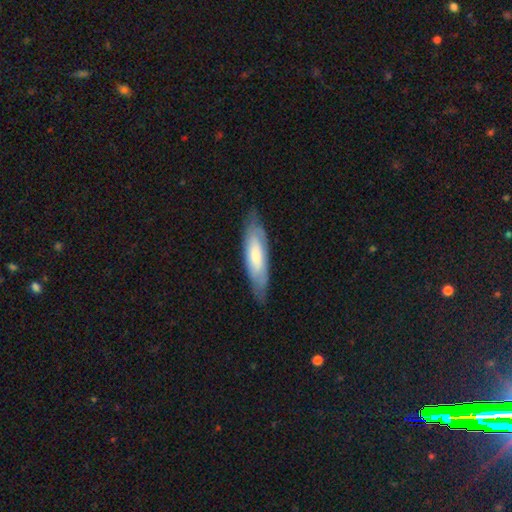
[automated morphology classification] Overall: smooth (52%; featured or disk 42%). How rounded: cigar-shaped (55%; in between 44%). Merging: none (73%).